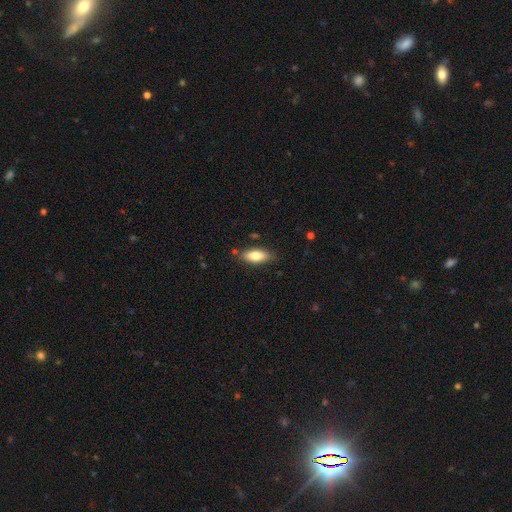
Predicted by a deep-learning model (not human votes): This is likely a smooth galaxy (79%). How rounded: likely in between (78%). Merging: clearly none (81%).